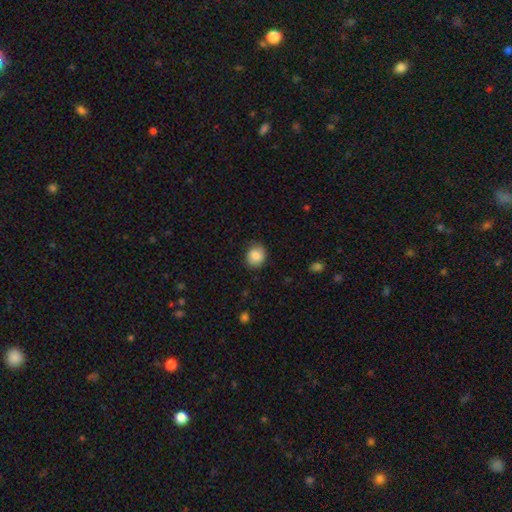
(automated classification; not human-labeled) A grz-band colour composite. It shows a smooth galaxy with no disk features (85%) that is round (74%). Merging: none (78%).